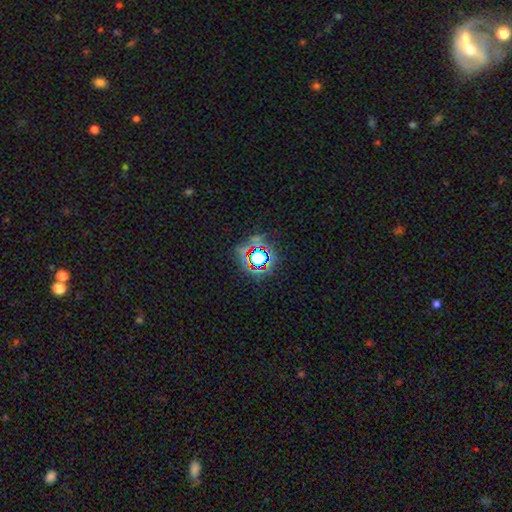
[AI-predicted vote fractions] This appears to be a star or artifact, not a galaxy (66%).